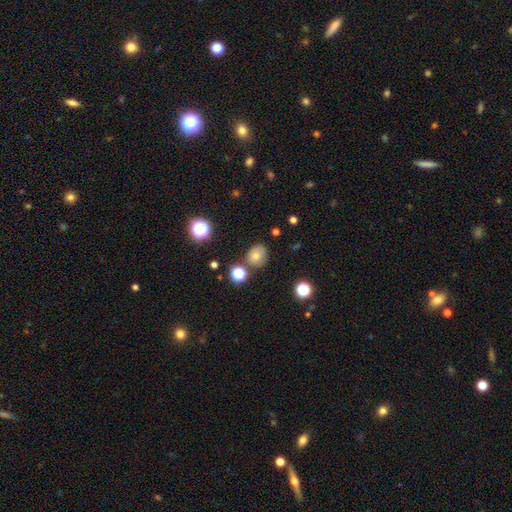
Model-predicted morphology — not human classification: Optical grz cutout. It shows a smooth galaxy with no disk features (68%) that is round (68%). Merging: none (71%).